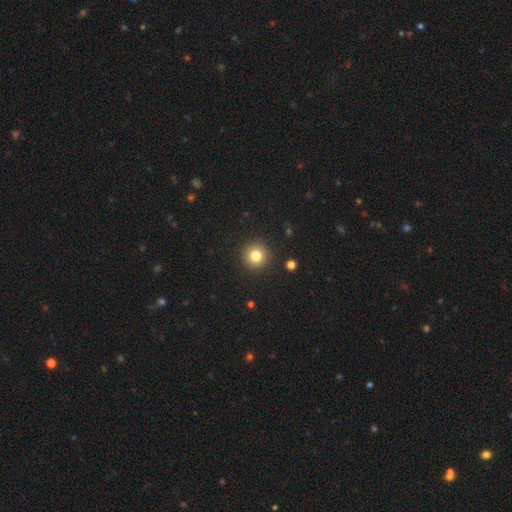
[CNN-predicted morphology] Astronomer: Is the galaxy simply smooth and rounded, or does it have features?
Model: smooth — 81%.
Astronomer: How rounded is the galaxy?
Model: round — 95%.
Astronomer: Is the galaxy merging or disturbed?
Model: none — 92%.